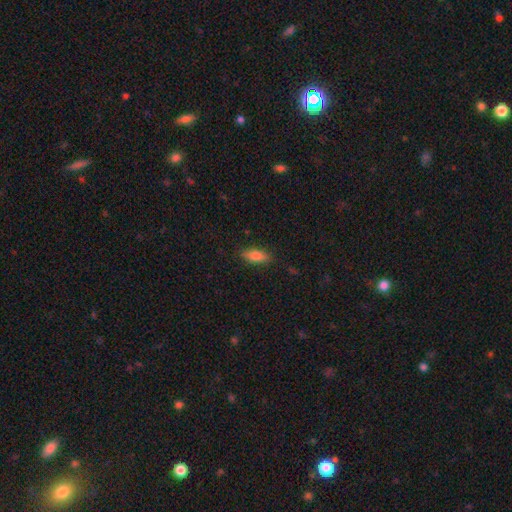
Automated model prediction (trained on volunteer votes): Smooth or featured: smooth — 80% (featured or disk — 13%)
How rounded: in between — 74% (cigar-shaped — 23%)
Merging: none — 85% (minor disturbance — 11%)